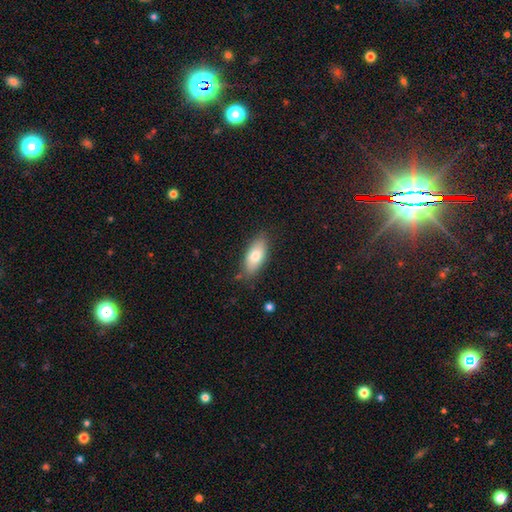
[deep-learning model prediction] Smooth or featured? Predicted: smooth (p=0.76). How rounded? Predicted: in between (p=0.83). Merging? Predicted: none (p=0.80).